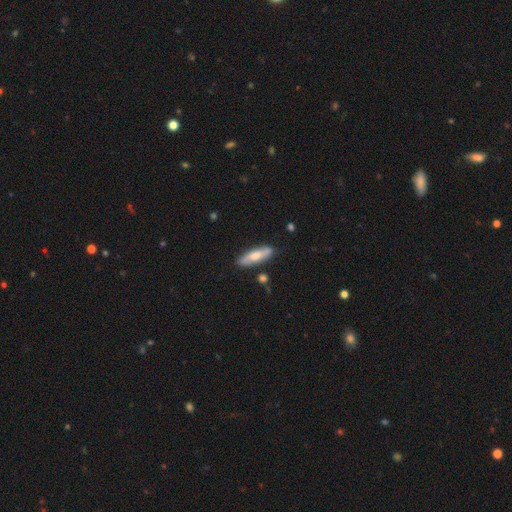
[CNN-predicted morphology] Overall: smooth (61%; featured or disk 33%). How rounded: cigar-shaped (53%; in between 45%). Merging: none (81%).